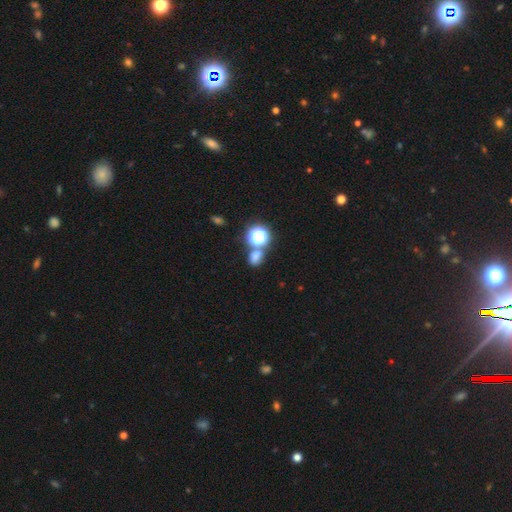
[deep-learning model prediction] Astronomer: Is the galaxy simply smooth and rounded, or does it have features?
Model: smooth — 64%.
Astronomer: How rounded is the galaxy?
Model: round — 49%, tied with in between at 49%.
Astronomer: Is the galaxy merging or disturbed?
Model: none — 57%.